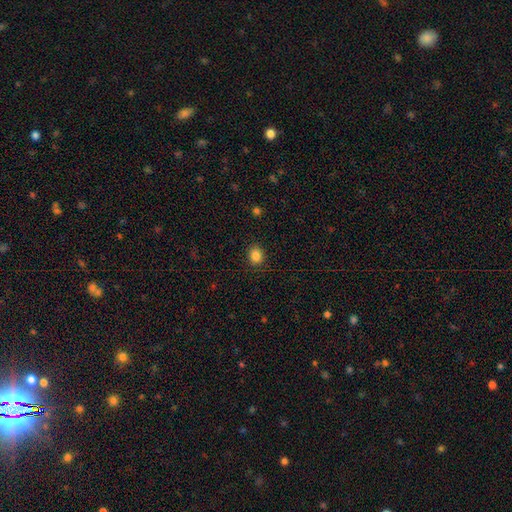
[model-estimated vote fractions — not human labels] Morphology: type=smooth (85%); roundness=round (64%); merging=none (89%).